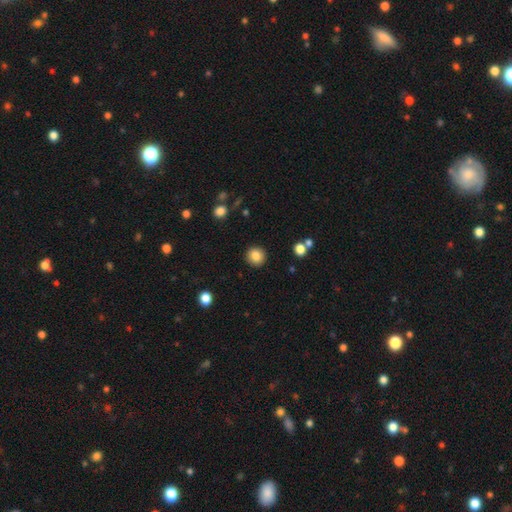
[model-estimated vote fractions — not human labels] Smooth or featured? smooth (85%)
How rounded? round (92%)
Merging? none (90%)